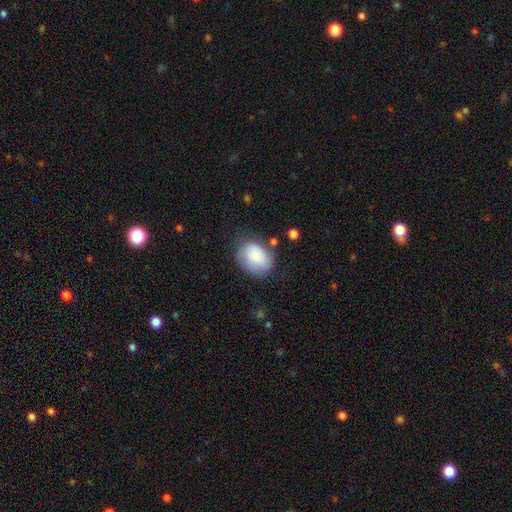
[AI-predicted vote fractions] smooth_or_featured: smooth (p=0.76) [alt: featured or disk p=0.16]
how_rounded: in between (p=0.66) [alt: round p=0.33]
merging: none (p=0.57) [alt: minor disturbance p=0.27]